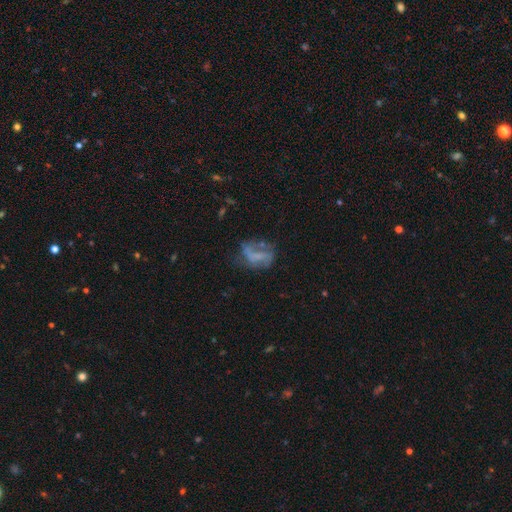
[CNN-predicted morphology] Smooth or featured: featured or disk — 53% (smooth — 35%)
Edge-on disk: no — 97% (yes — 3%)
Bar: no — 55% (weak — 29%)
Spiral arms: no — 54% (yes — 46%)
Bulge size: none — 66% (small — 20%)
Merging: none — 37% (major disturbance — 33%)